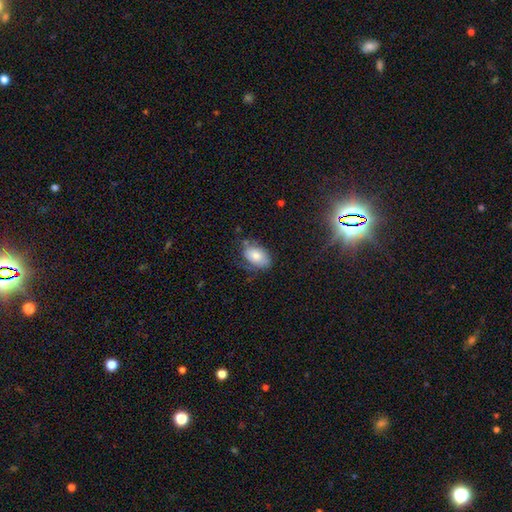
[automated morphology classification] A smooth galaxy with no disk features (74%) that is in between round and cigar-shaped (90%). Merging: none (57%).